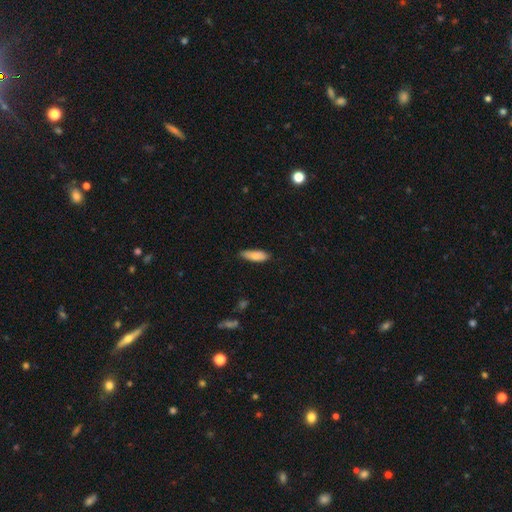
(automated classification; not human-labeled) A smooth galaxy with no disk features (83%) that is in between round and cigar-shaped (57%).

Vote fractions:
- Smooth or featured? smooth: 83% / featured or disk: 11% / star or artifact: 6%
- How rounded? in between: 57% / cigar-shaped: 41% / round: 2%
- Merging? none: 79% / minor disturbance: 18% / major disturbance: 2% / merger: 1%